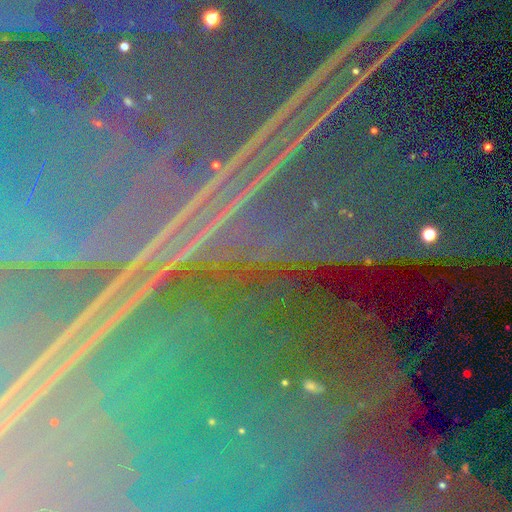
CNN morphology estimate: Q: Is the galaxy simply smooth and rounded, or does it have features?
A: star or artifact — 90%.